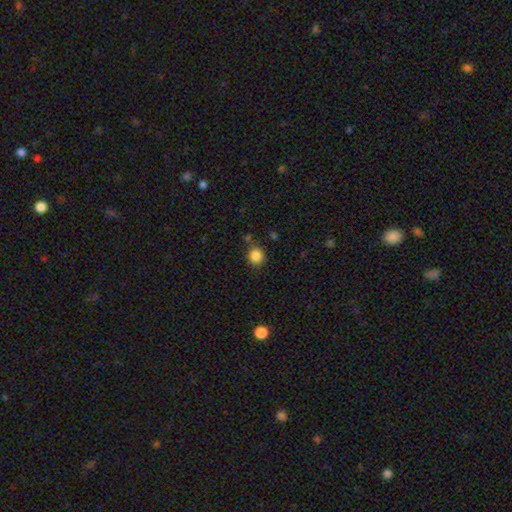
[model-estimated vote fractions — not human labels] Overall: smooth (86%). How rounded: round (89%). Merging: none (81%).